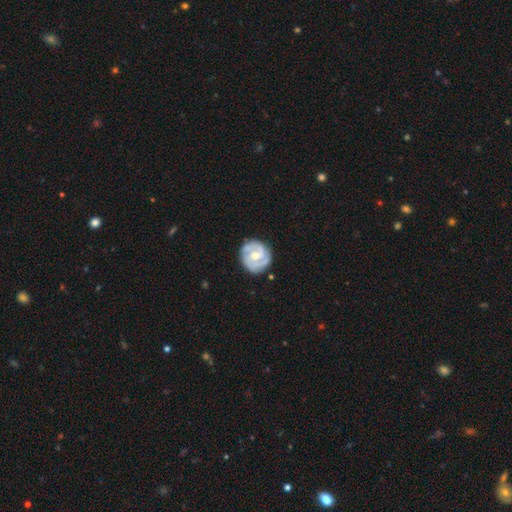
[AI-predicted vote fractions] Overall: featured or disk (82%). Edge-on disk: no (98%). Bar: no (55%; weak 37%). Spiral arms: yes (95%). Spiral arm count: 2 (41%; 3 33%). Spiral winding: tight (60%; medium 33%). Bulge size: moderate (62%; small 31%). Merging: none (80%).